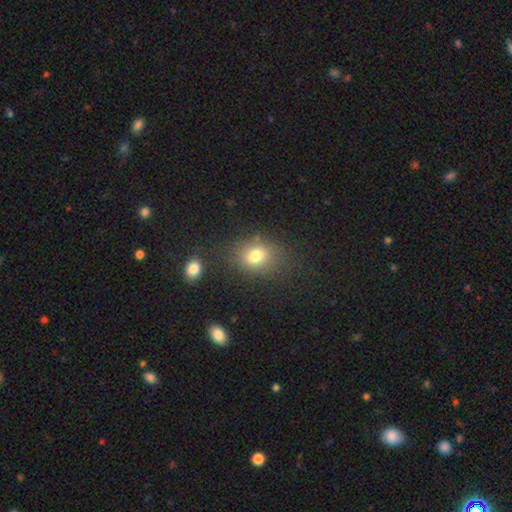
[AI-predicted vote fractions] Morphology: type=smooth (77%); roundness=round (50%); merging=none (74%).